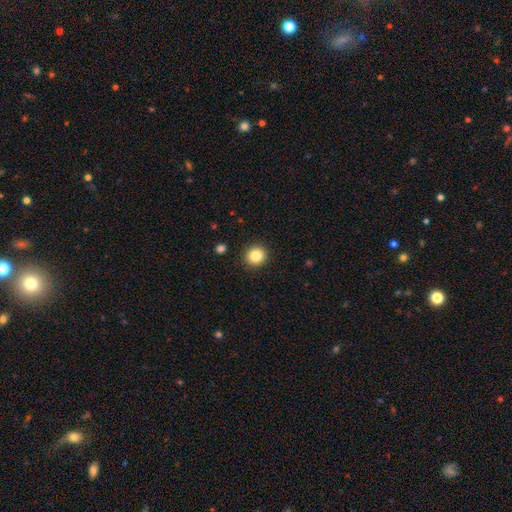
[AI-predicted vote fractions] The model was most divided on "how rounded": round: 87%, in between: 12%, cigar-shaped: 1%. More confident: merging — none (91%); smooth or featured — smooth (85%).